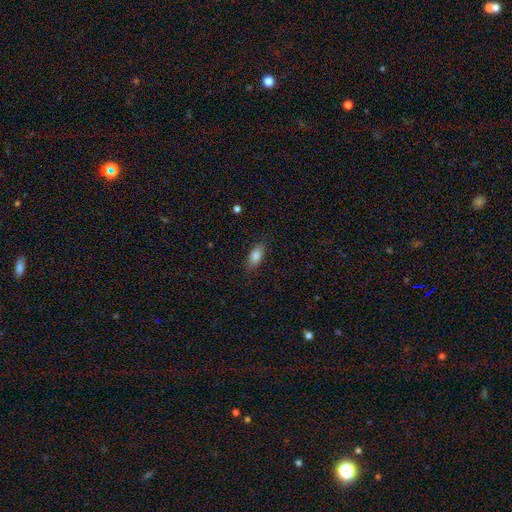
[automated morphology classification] Smooth or featured? Predicted: smooth (p=0.83). How rounded? Predicted: in between (p=0.85). Merging? Predicted: none (p=0.84).